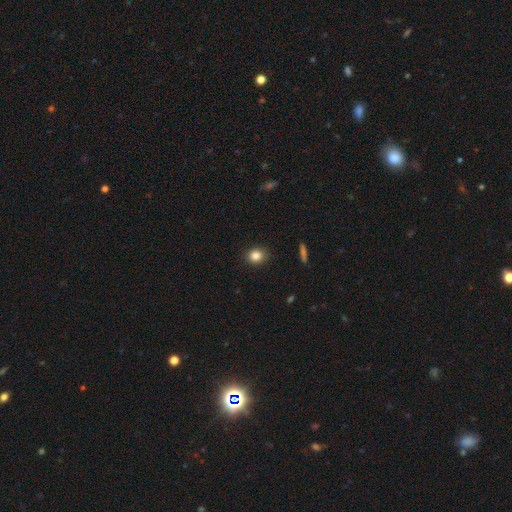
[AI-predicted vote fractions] smooth 84%, star or artifact 11%, featured or disk 5%. Down the decision tree: how rounded — round (77%); merging — none (89%).